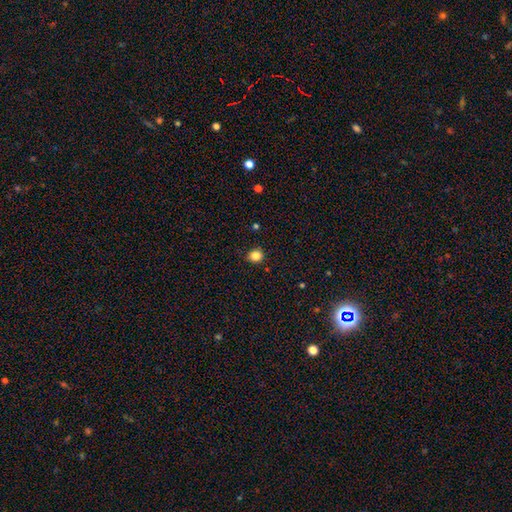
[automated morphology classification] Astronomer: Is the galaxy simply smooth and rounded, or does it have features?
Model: smooth — 84%.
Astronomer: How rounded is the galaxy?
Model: round — 83%.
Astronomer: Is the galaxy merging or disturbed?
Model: none — 88%.